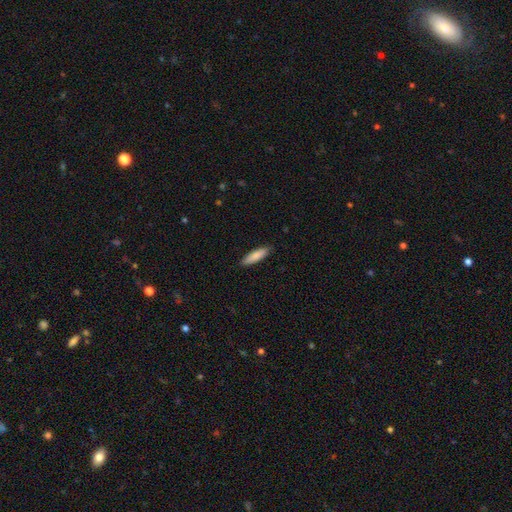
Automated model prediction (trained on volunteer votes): The model was most divided on "how rounded": cigar-shaped: 67%, in between: 31%, round: 1%. More confident: merging — none (89%); smooth or featured — smooth (85%).